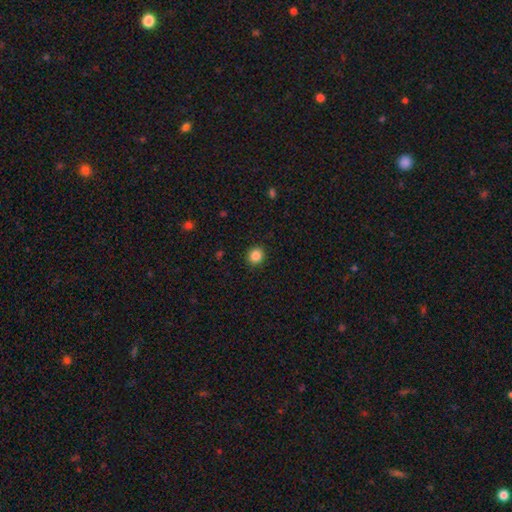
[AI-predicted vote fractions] Smooth or featured: smooth — 86% (star or artifact — 10%)
How rounded: round — 87% (in between — 12%)
Merging: none — 92% (minor disturbance — 5%)